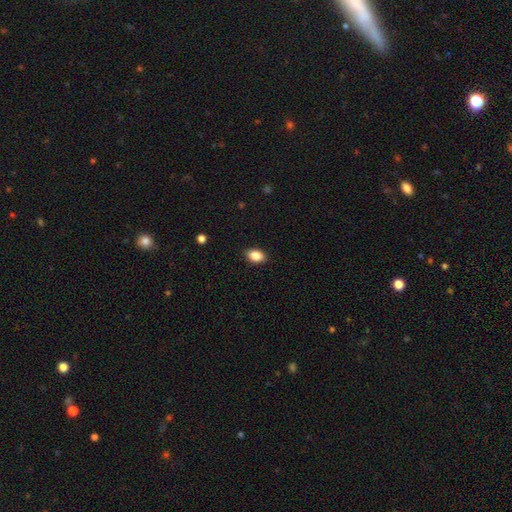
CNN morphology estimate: smooth 87%, star or artifact 8%, featured or disk 5%. Down the decision tree: how rounded — in between (84%); merging — none (87%).